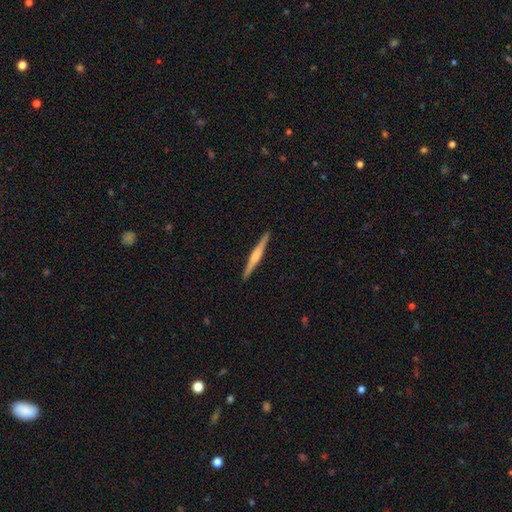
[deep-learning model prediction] This is likely a featured or disk galaxy (62%). It is clearly viewed edge-on (98%). Edge-on bulge: possibly rounded (54%). Merging: clearly none (92%).